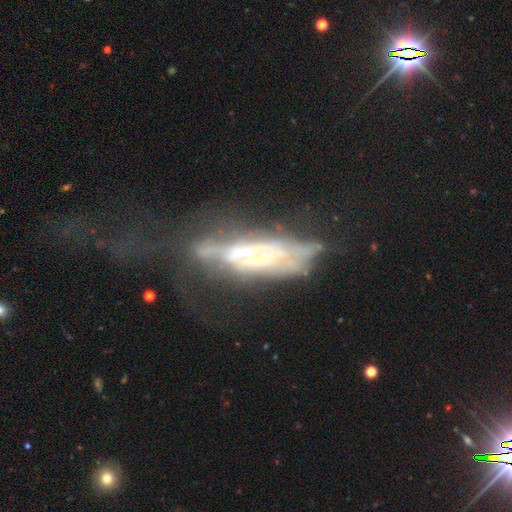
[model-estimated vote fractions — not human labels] smooth-or-featured: featured or disk: 69% | smooth: 20% | star or artifact: 10%
  disk-edge-on: no: 56% | yes: 44%
  merging: major disturbance: 42% | none: 28% | minor disturbance: 21% | merger: 8%